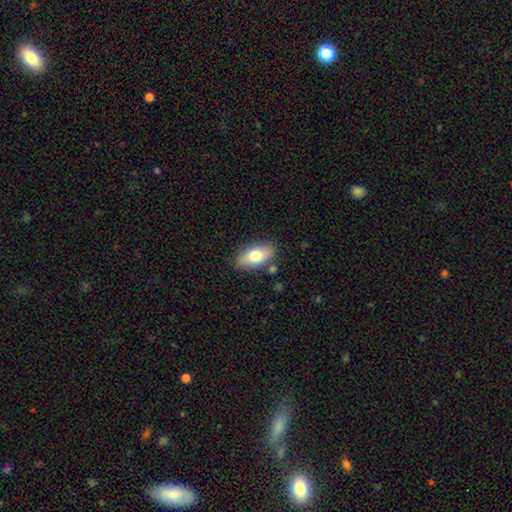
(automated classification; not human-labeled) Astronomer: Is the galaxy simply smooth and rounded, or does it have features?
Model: smooth — 73%.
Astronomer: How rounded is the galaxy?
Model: in between — 90%.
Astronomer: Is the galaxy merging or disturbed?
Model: none — 82%.